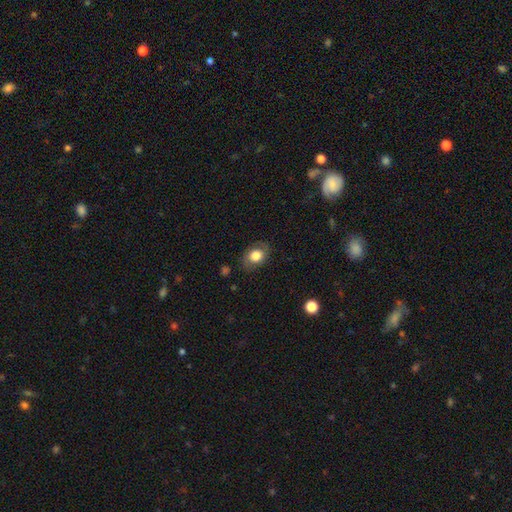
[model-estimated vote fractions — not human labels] smooth-or-featured: smooth: 75% | featured or disk: 17% | star or artifact: 8%
  how-rounded: in between: 63% | round: 36% | cigar-shaped: 1%
  merging: none: 76% | minor disturbance: 17% | major disturbance: 6% | merger: 1%